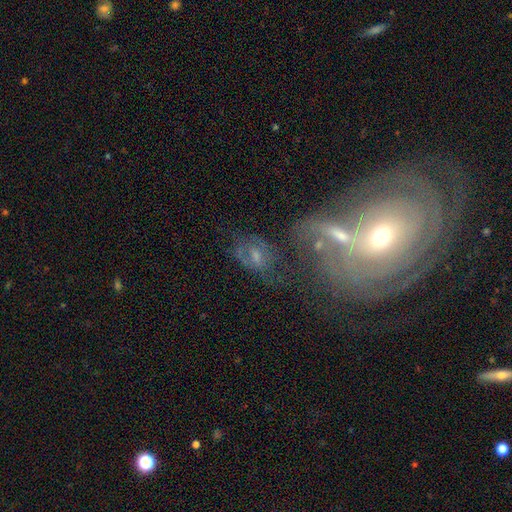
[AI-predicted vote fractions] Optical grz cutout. It shows a featured or disk galaxy (50%). Merging: none (45%).